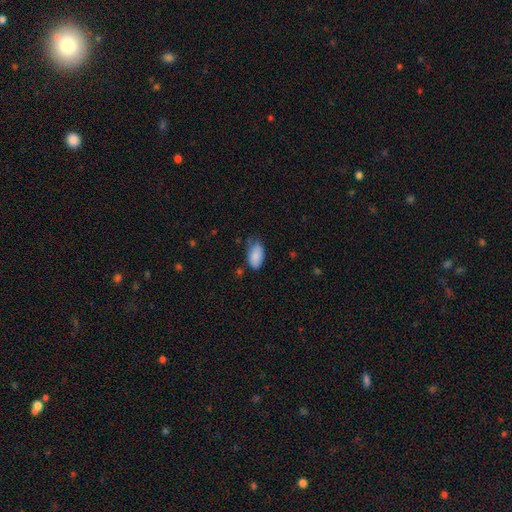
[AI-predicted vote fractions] Q: Smooth or featured?
A: smooth (87%); runner-up: star or artifact (7%)
Q: How rounded?
A: in between (94%); runner-up: round (3%)
Q: Merging?
A: none (61%); runner-up: minor disturbance (31%)